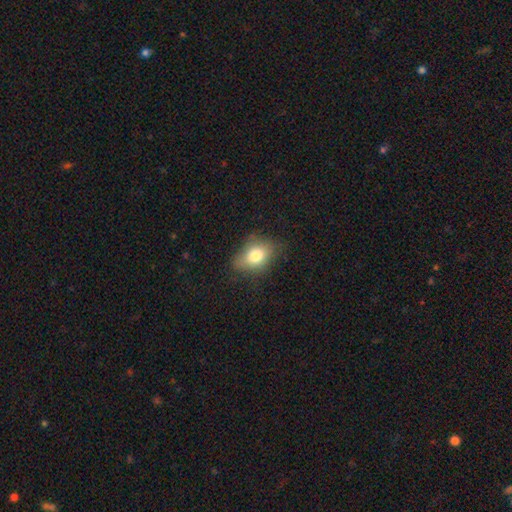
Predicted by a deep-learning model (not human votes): The model was most divided on "merging": none: 67%, minor disturbance: 24%, major disturbance: 7%, merger: 1%. More confident: how rounded — in between (79%); smooth or featured — smooth (77%).